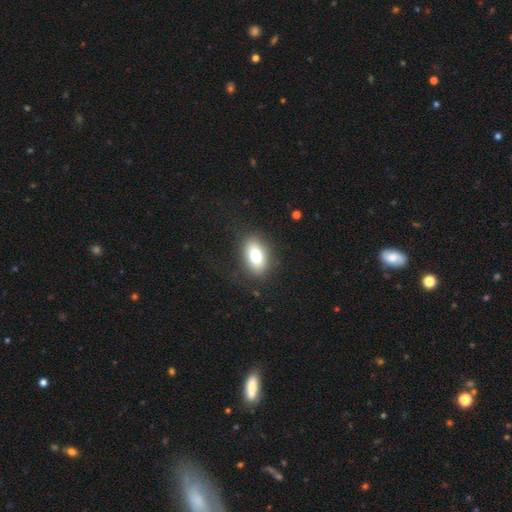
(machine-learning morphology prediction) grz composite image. It shows a smooth galaxy with no disk features (76%) that is in between round and cigar-shaped (86%). Merging: none (84%).